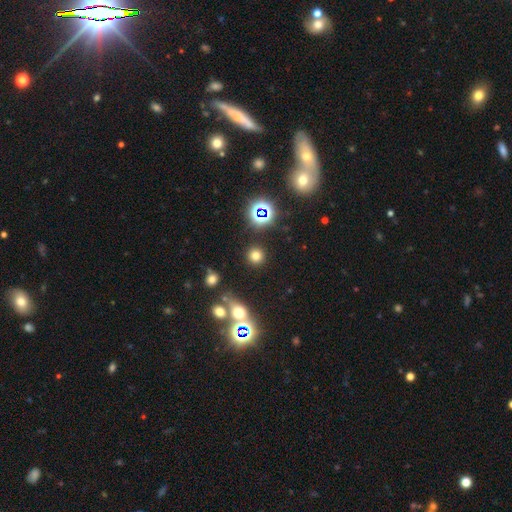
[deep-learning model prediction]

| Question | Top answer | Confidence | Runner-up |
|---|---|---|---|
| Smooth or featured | smooth | 71% | star or artifact (22%) |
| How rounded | round | 92% | in between (6%) |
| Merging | none | 88% | minor disturbance (6%) |